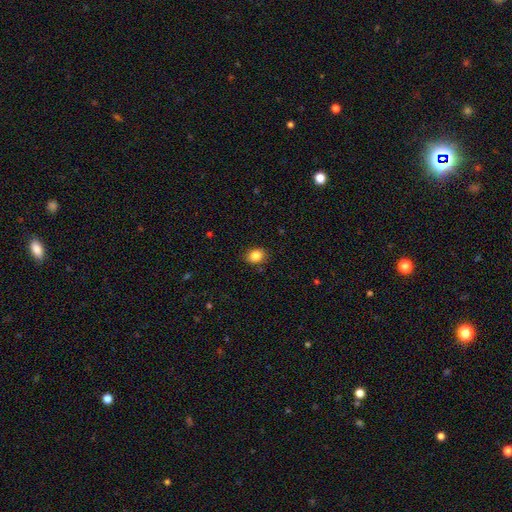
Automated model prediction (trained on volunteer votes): This is clearly a smooth galaxy (84%). How rounded: possibly in between (55%). Merging: clearly none (87%).